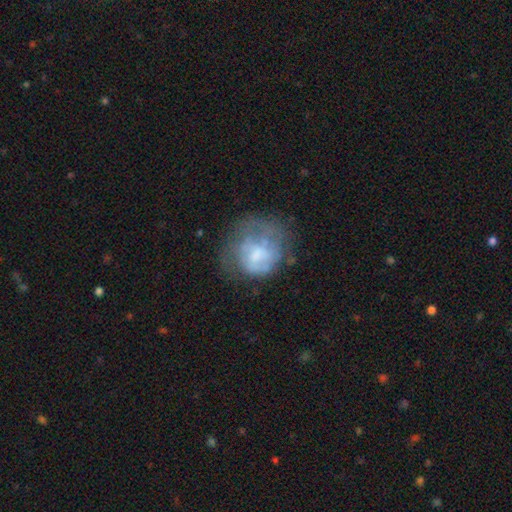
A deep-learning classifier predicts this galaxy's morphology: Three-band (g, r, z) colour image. It shows a featured or disk galaxy (46%). Merging: none (42%).